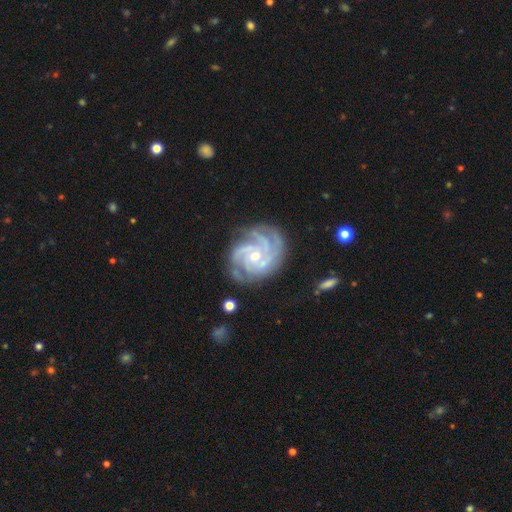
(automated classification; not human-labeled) Smooth or featured: featured or disk — 92% (star or artifact — 5%)
Edge-on disk: no — 98% (yes — 2%)
Bar: no — 68% (weak — 25%)
Spiral arms: yes — 99% (no — 1%)
Spiral winding: tight — 66% (medium — 30%)
Spiral arm count: 3 — 43% (4 — 27%)
Bulge size: small — 57% (moderate — 40%)
Merging: none — 74% (minor disturbance — 18%)